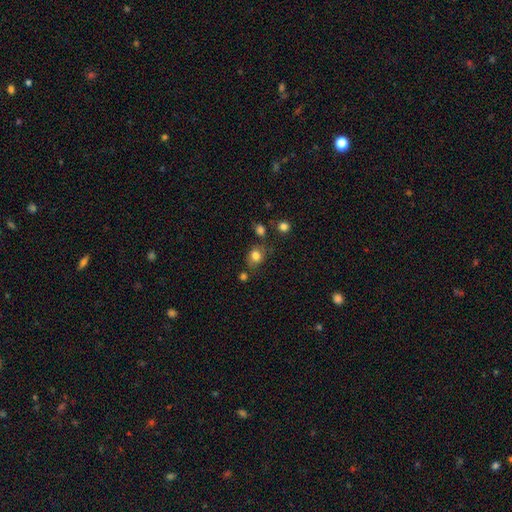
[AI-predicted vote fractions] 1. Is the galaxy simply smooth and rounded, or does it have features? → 80% smooth, 11% star or artifact, 8% featured or disk.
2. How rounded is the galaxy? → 58% round, 41% in between, 1% cigar-shaped.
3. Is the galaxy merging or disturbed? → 65% none, 20% minor disturbance, 9% merger, 7% major disturbance.